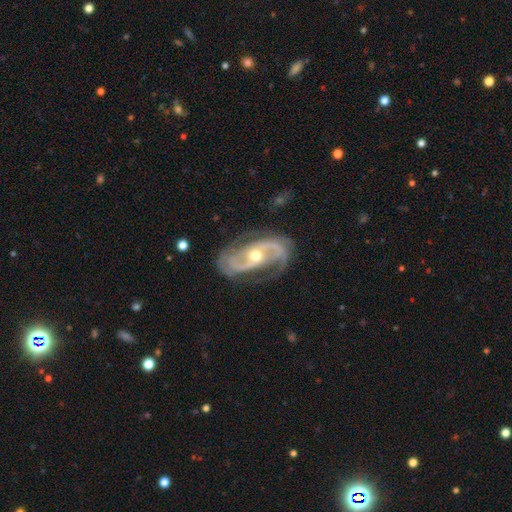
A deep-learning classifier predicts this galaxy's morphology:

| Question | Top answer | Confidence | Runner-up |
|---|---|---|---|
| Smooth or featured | featured or disk | 91% | star or artifact (5%) |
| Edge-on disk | no | 97% | yes (3%) |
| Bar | no | 43% | weak (34%) |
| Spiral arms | yes | 97% | no (3%) |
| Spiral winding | medium | 51% | loose (27%) |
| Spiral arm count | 2 | 88% | 3 (4%) |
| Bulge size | moderate | 67% | small (28%) |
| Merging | none | 73% | minor disturbance (17%) |